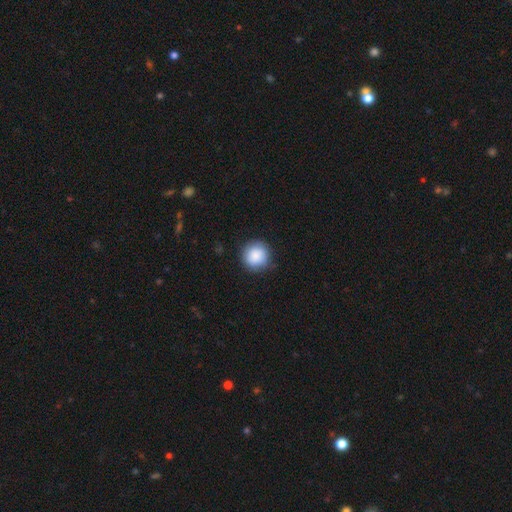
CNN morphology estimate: Smooth or featured? smooth (88%)
How rounded? round (94%)
Merging? none (86%)